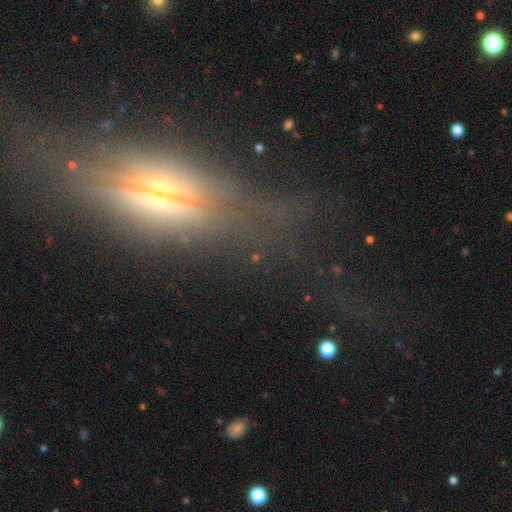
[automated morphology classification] A featured or disk galaxy (65%) viewed edge-on (83%) with a rounded central bulge (85%). Merging: none (62%).